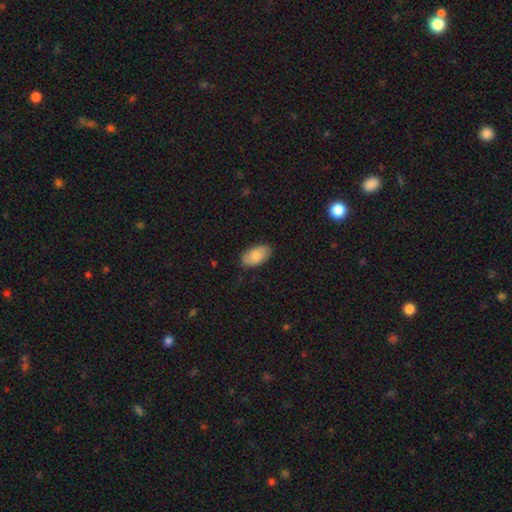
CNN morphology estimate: type=smooth (83%); roundness=in between (95%); merging=none (83%).